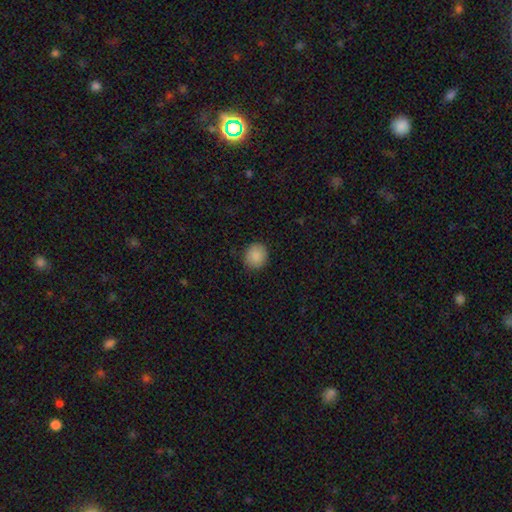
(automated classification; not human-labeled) A smooth galaxy with no disk features (88%) that is round (85%). Merging: none (89%).